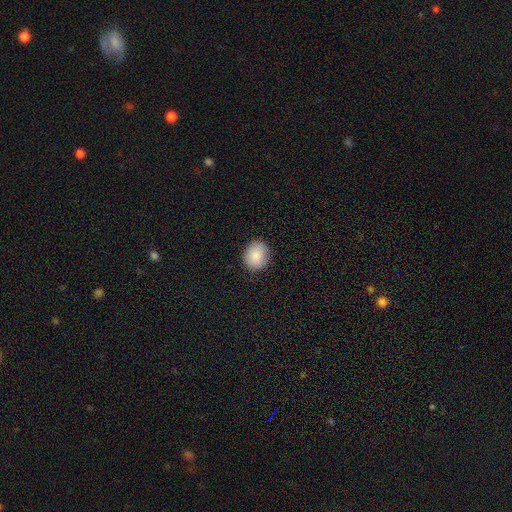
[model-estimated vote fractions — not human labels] smooth-or-featured: smooth: 88% | star or artifact: 7% | featured or disk: 5%
  how-rounded: round: 70% | in between: 29% | cigar-shaped: 1%
  merging: none: 88% | minor disturbance: 9% | major disturbance: 2% | merger: 1%